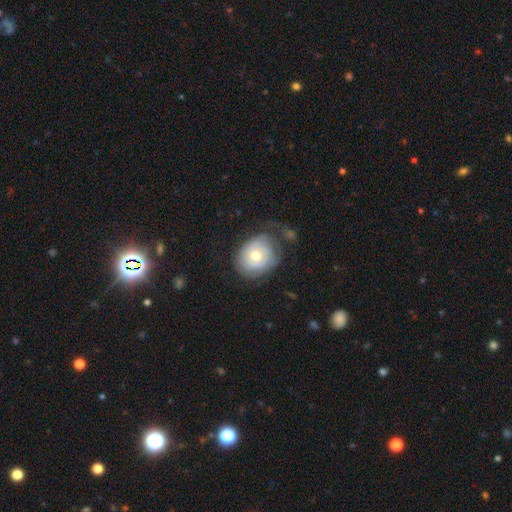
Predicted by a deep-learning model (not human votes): Smooth or featured? smooth (53%)
How rounded? round (62%)
Merging? none (51%)